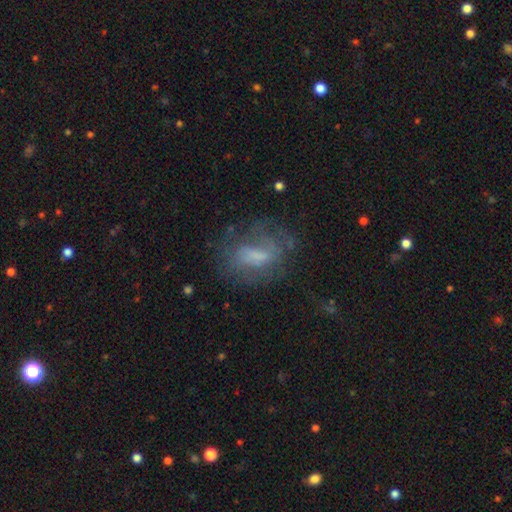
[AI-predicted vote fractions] This is possibly a featured or disk galaxy (49%). Merging: possibly none (53%).